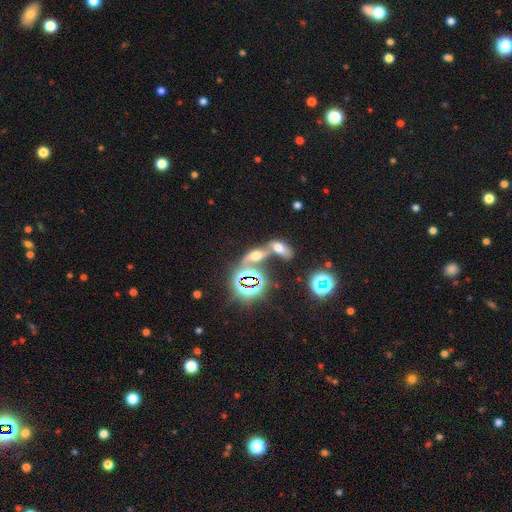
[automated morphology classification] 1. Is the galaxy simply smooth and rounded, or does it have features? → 36% smooth (tied), 36% star or artifact (tied), 28% featured or disk.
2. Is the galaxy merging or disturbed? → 60% merger, 24% none, 8% minor disturbance, 8% major disturbance.